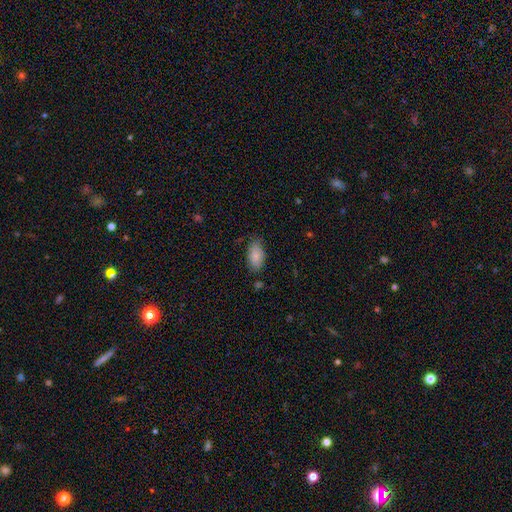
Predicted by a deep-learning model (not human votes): smooth 84%, featured or disk 9%, star or artifact 7%. Down the decision tree: how rounded — in between (94%); merging — none (73%).